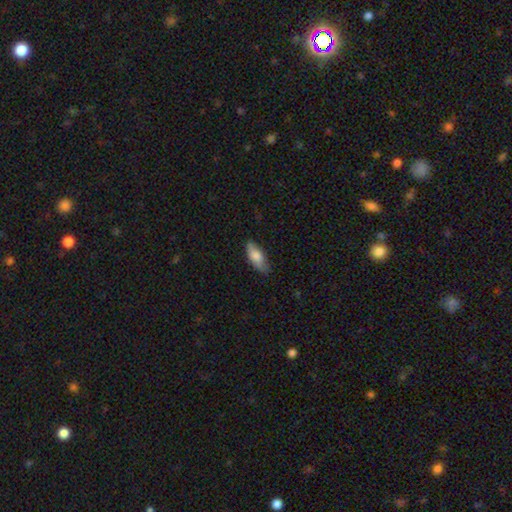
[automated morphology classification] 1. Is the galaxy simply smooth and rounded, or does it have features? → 79% smooth, 15% featured or disk, 6% star or artifact.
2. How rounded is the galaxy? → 78% in between, 20% cigar-shaped, 2% round.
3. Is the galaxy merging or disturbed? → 75% none, 21% minor disturbance, 3% major disturbance, 1% merger.